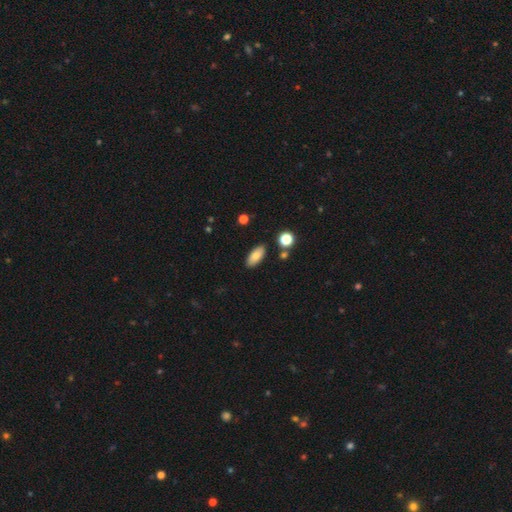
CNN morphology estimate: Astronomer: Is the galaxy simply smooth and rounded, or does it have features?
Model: smooth — 80%.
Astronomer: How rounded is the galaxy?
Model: in between — 86%.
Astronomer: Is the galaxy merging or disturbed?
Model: none — 87%.